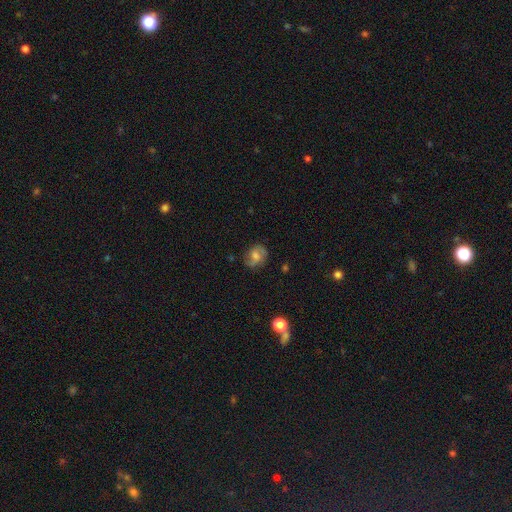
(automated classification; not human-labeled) Overall: featured or disk (51%; smooth 39%). Edge-on disk: no (97%). Merging: none (69%).